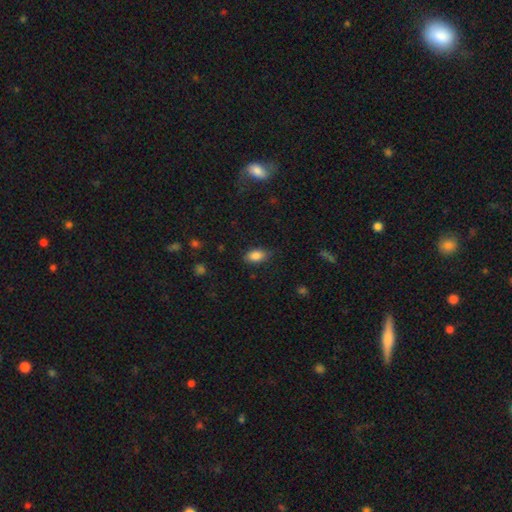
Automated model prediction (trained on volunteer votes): Q: Smooth or featured?
A: smooth (85%); runner-up: star or artifact (8%)
Q: How rounded?
A: in between (89%); runner-up: round (7%)
Q: Merging?
A: none (80%); runner-up: minor disturbance (15%)